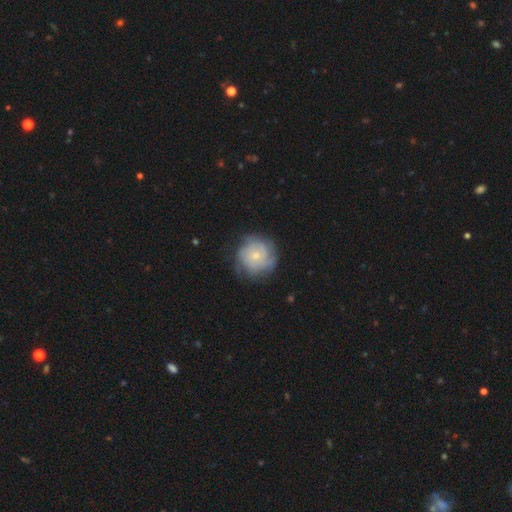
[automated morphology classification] This is possibly a featured or disk galaxy (53%). It is clearly not viewed edge-on (98%). Bar: clearly no (83%). Spiral arm pattern: likely yes (77%). Central bulge: likely small (65%). Merging: likely none (72%).